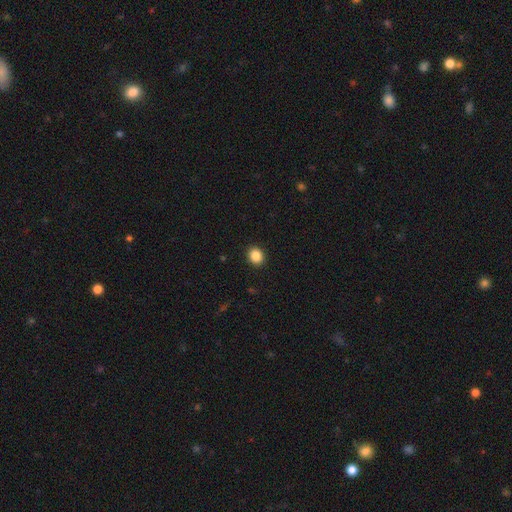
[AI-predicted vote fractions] smooth_or_featured: smooth (p=0.87) [alt: star or artifact p=0.10]
how_rounded: round (p=0.73) [alt: in between p=0.26]
merging: none (p=0.92) [alt: minor disturbance p=0.06]